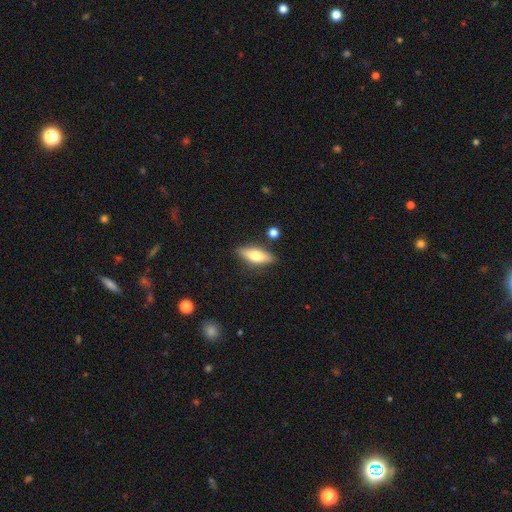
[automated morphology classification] Q: Smooth or featured?
A: smooth (61%); runner-up: featured or disk (32%)
Q: How rounded?
A: in between (59%); runner-up: cigar-shaped (38%)
Q: Merging?
A: none (82%); runner-up: minor disturbance (12%)